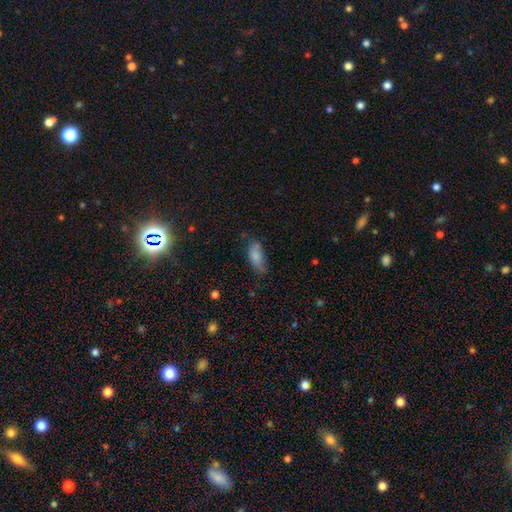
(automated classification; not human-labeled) smooth_or_featured: smooth (p=0.81) [alt: featured or disk p=0.12]
how_rounded: in between (p=0.83) [alt: cigar-shaped p=0.15]
merging: none (p=0.56) [alt: minor disturbance p=0.33]